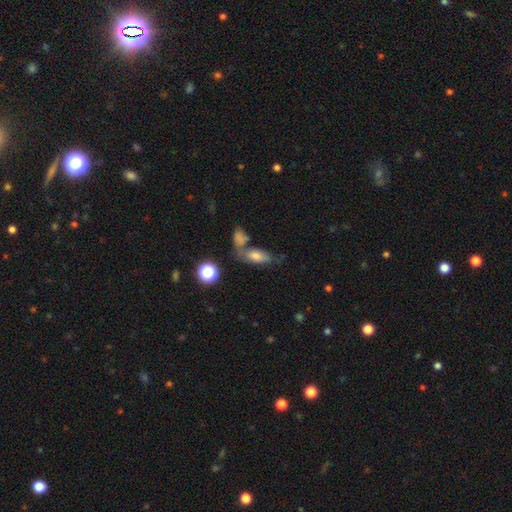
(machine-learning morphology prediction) Smooth or featured? smooth (66%)
How rounded? in between (79%)
Merging? none (39%)